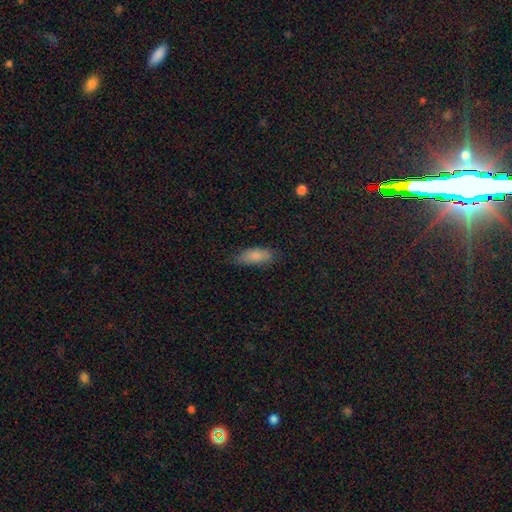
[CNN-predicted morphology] Overall: smooth (84%). How rounded: in between (76%). Merging: none (77%).